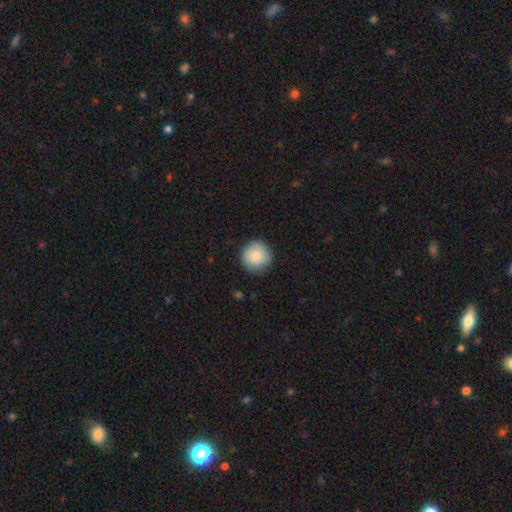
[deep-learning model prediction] A smooth galaxy with no disk features (83%) that is round (95%).

Vote fractions:
- Smooth or featured? smooth: 83% / featured or disk: 9% / star or artifact: 8%
- How rounded? round: 95% / in between: 4% / cigar-shaped: 1%
- Merging? none: 88% / minor disturbance: 9% / major disturbance: 2% / merger: 1%